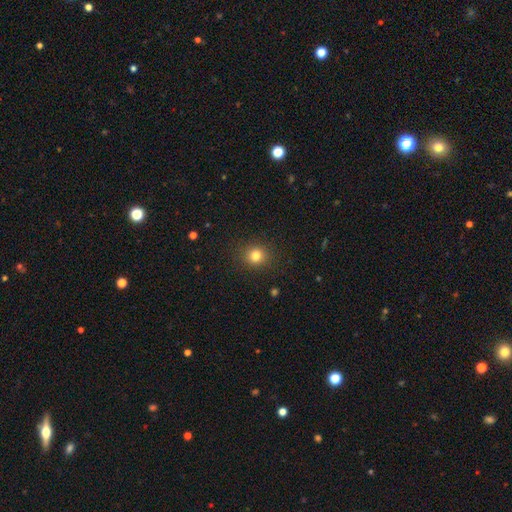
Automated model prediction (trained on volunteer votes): Q: Smooth or featured?
A: smooth (81%); runner-up: star or artifact (13%)
Q: How rounded?
A: round (84%); runner-up: in between (15%)
Q: Merging?
A: none (89%); runner-up: minor disturbance (7%)